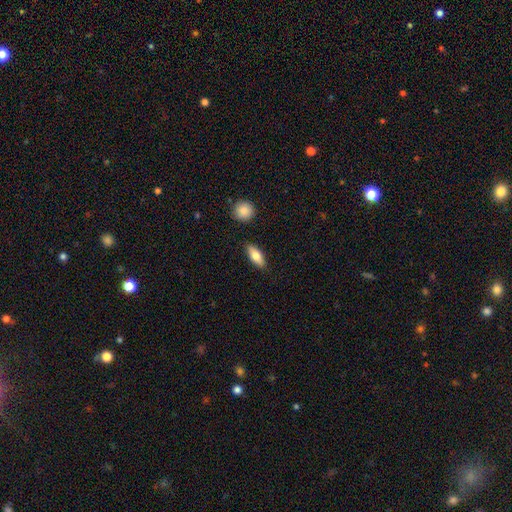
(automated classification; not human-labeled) Smooth or featured? Predicted: smooth (p=0.75). How rounded? Predicted: in between (p=0.77). Merging? Predicted: none (p=0.86).